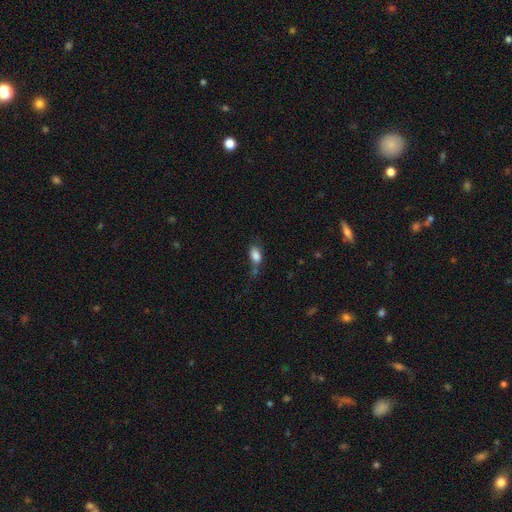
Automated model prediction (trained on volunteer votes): Morphology: type=smooth (82%); roundness=in between (88%); merging=none (41%).